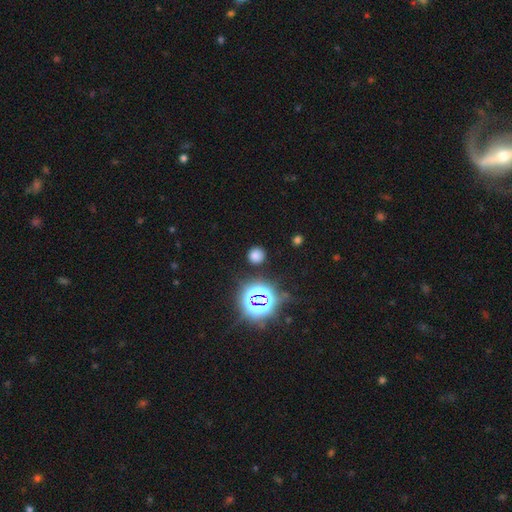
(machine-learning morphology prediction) A smooth galaxy with no disk features (69%) that is round (91%).

Vote fractions:
- Smooth or featured? smooth: 69% / star or artifact: 25% / featured or disk: 6%
- How rounded? round: 91% / in between: 8% / cigar-shaped: 1%
- Merging? none: 88% / minor disturbance: 7% / major disturbance: 3% / merger: 2%